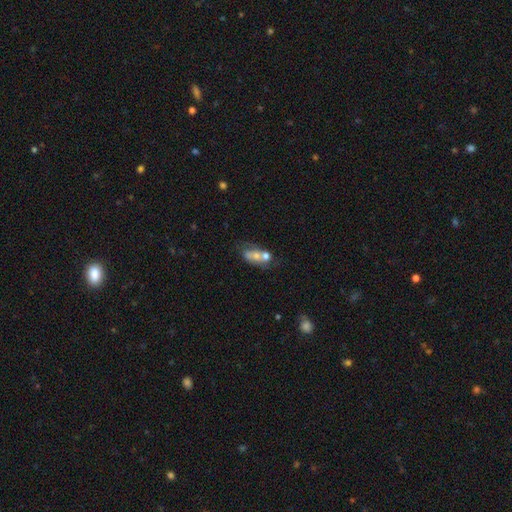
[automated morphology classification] The model was most divided on "smooth or featured": smooth: 52%, featured or disk: 37%, star or artifact: 10%. Remaining: how rounded — in between (76%); merging — merger (49%).